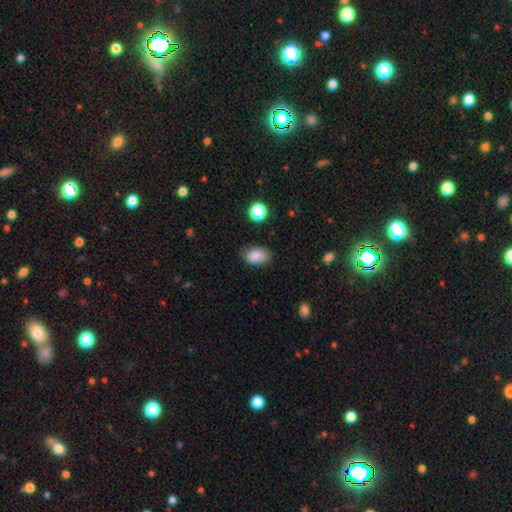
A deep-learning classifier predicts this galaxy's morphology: This appears to be a smooth galaxy with no disk features (85%) that is in between round and cigar-shaped (86%). Merging: none (73%).